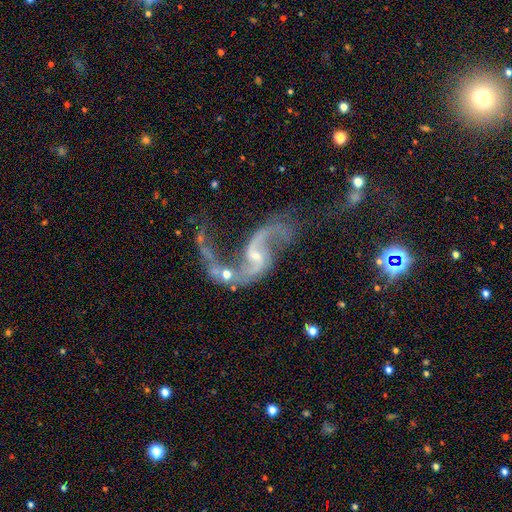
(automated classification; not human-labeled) Overall: featured or disk (91%). Edge-on disk: no (97%). Bar: weak (49%; no 35%). Spiral arms: yes (96%). Spiral arm count: 2 (92%). Spiral winding: loose (86%). Bulge size: small (65%). Merging: none (36%; merger 25%).